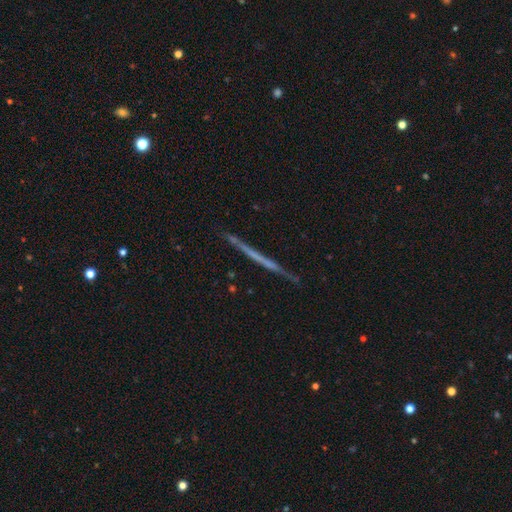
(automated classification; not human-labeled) Q: Smooth or featured?
A: featured or disk (64%); runner-up: smooth (30%)
Q: Edge-on disk?
A: yes (97%); runner-up: no (3%)
Q: Edge-on bulge?
A: none (92%); runner-up: rounded (5%)
Q: Merging?
A: none (88%); runner-up: minor disturbance (9%)